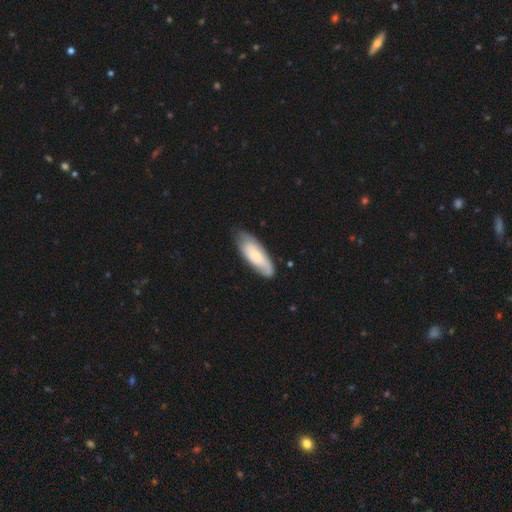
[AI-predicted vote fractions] Smooth or featured?
  - smooth: 60% *
  - featured or disk: 34%
  - star or artifact: 6%
How rounded?
  - in between: 66% *
  - cigar-shaped: 32%
  - round: 2%
Merging?
  - none: 70% *
  - minor disturbance: 24%
  - major disturbance: 5%
  - merger: 2%